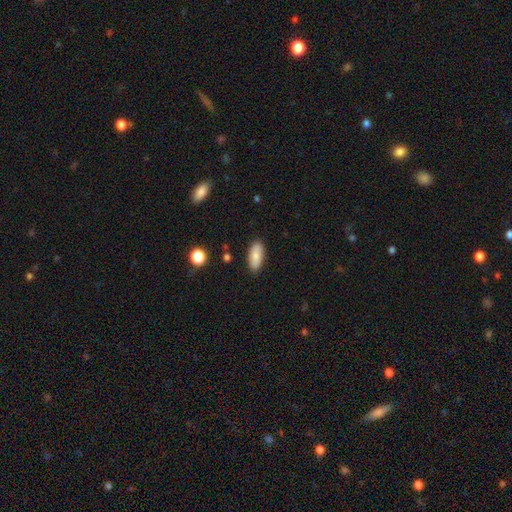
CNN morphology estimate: smooth 80%, featured or disk 13%, star or artifact 7%. Down the decision tree: how rounded — in between (87%); merging — none (85%).